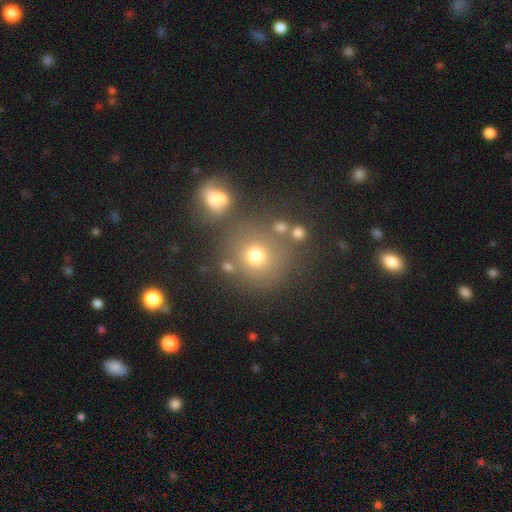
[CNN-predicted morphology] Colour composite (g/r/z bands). It shows a smooth galaxy with no disk features (70%) that is round (88%). Merging: none (69%).